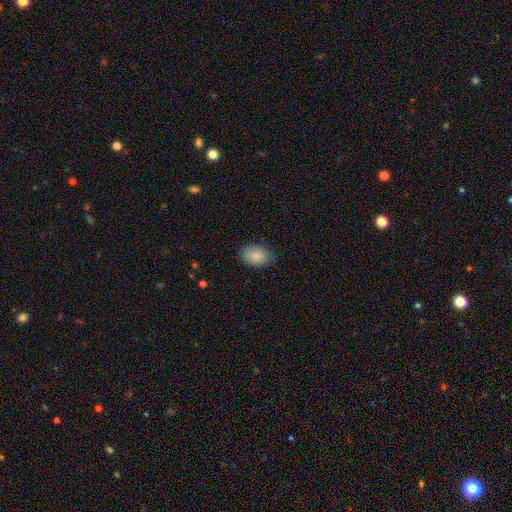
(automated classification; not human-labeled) Overall: smooth (85%). How rounded: in between (81%). Merging: none (78%).